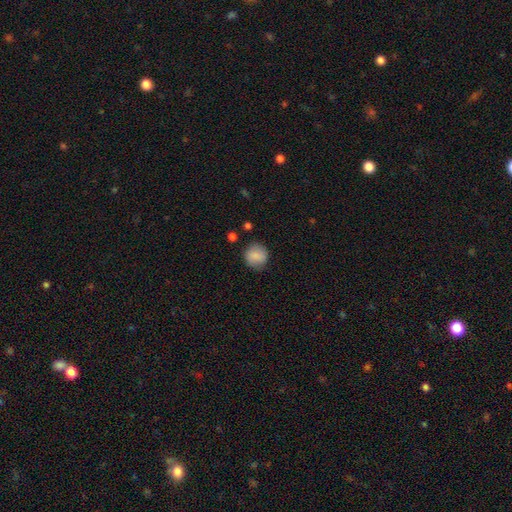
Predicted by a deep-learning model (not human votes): Smooth or featured?
  - smooth: 83% *
  - featured or disk: 9%
  - star or artifact: 8%
How rounded?
  - round: 88% *
  - in between: 11%
  - cigar-shaped: 1%
Merging?
  - none: 83% *
  - minor disturbance: 12%
  - major disturbance: 3%
  - merger: 2%